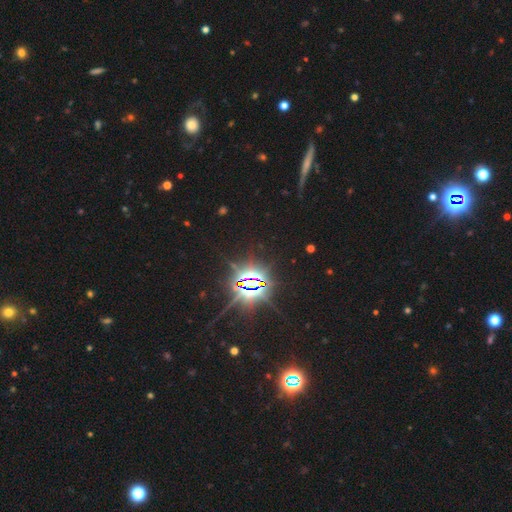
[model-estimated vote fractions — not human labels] Overall: star or artifact (77%).